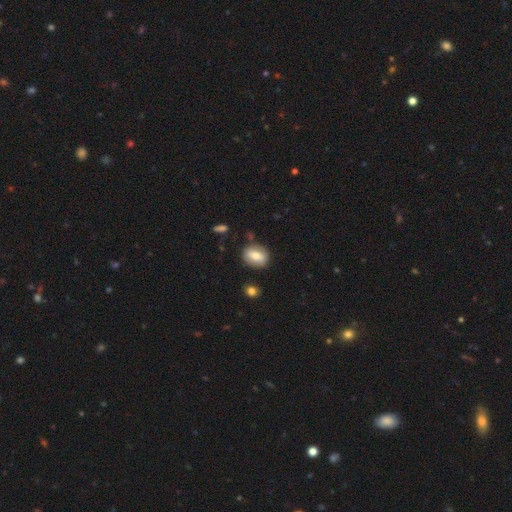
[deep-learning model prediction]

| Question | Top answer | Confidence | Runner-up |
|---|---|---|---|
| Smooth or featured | smooth | 70% | featured or disk (22%) |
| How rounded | in between | 56% | round (42%) |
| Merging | none | 82% | minor disturbance (12%) |